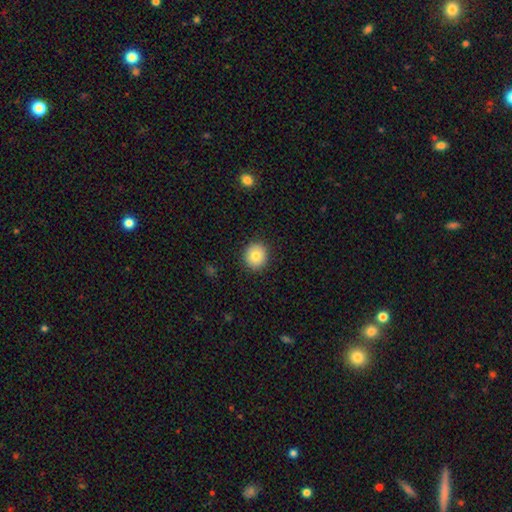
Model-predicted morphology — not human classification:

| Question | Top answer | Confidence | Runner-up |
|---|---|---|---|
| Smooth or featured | smooth | 81% | featured or disk (9%) |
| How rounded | round | 88% | in between (11%) |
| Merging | none | 91% | minor disturbance (6%) |